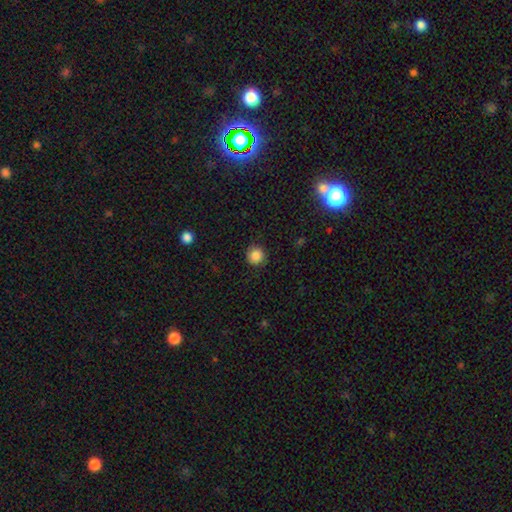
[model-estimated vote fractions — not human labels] Q: Smooth or featured?
A: smooth (86%); runner-up: star or artifact (10%)
Q: How rounded?
A: round (94%); runner-up: in between (5%)
Q: Merging?
A: none (89%); runner-up: minor disturbance (8%)